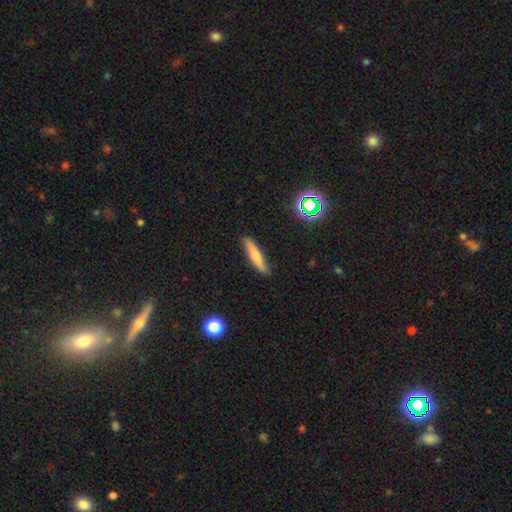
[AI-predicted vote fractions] Morphology: type=smooth (73%); roundness=cigar-shaped (86%); merging=none (88%).